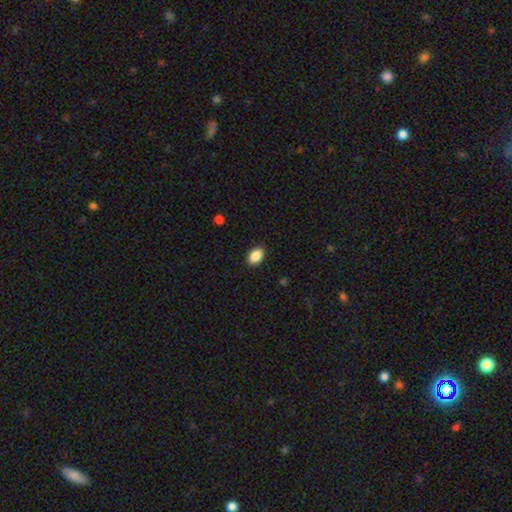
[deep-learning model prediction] The model was most divided on "how rounded": in between: 88%, round: 11%, cigar-shaped: 1%. More confident: merging — none (89%); smooth or featured — smooth (88%).